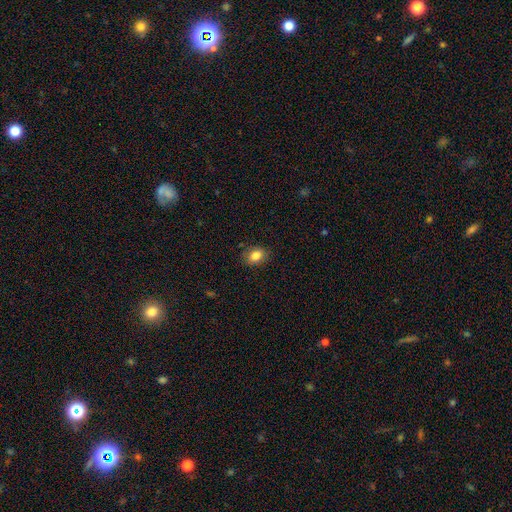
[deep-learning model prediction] Q: Smooth or featured?
A: smooth (84%); runner-up: star or artifact (9%)
Q: How rounded?
A: in between (70%); runner-up: round (29%)
Q: Merging?
A: none (85%); runner-up: minor disturbance (12%)